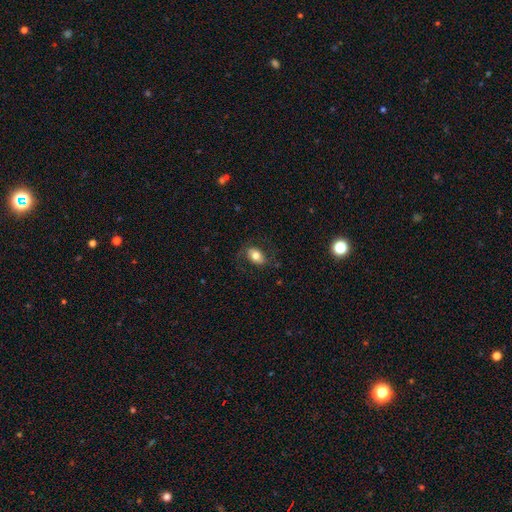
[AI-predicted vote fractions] smooth-or-featured: smooth: 66% | featured or disk: 26% | star or artifact: 8%
  how-rounded: in between: 82% | round: 17% | cigar-shaped: 2%
  merging: none: 73% | minor disturbance: 16% | major disturbance: 10% | merger: 1%